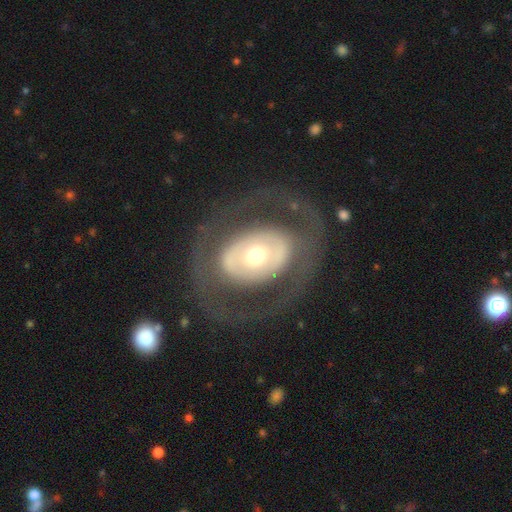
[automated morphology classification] Overall: featured or disk (64%; smooth 30%). Edge-on disk: no (92%). Bar: no (79%). Spiral arms: no (79%). Bulge size: moderate (61%; small 21%). Merging: none (76%).